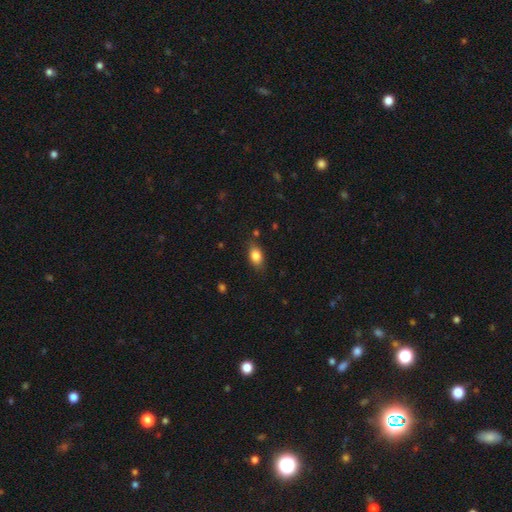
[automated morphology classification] smooth 83%, featured or disk 8%, star or artifact 8%. Down the decision tree: how rounded — in between (84%); merging — none (80%).